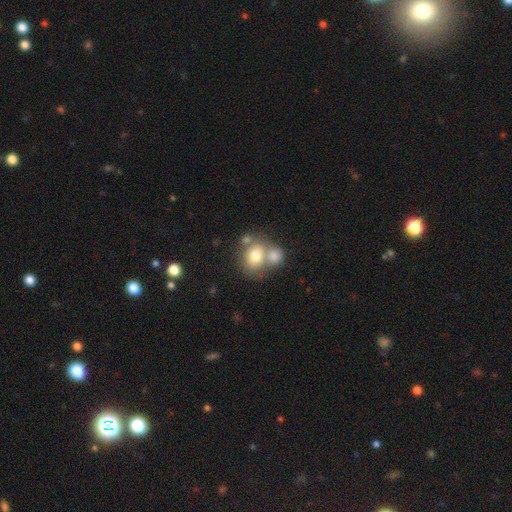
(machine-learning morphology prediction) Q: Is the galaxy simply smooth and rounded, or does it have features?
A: smooth — 73%.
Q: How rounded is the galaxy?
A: round — 66%.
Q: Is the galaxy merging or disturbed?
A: merger — 49%.